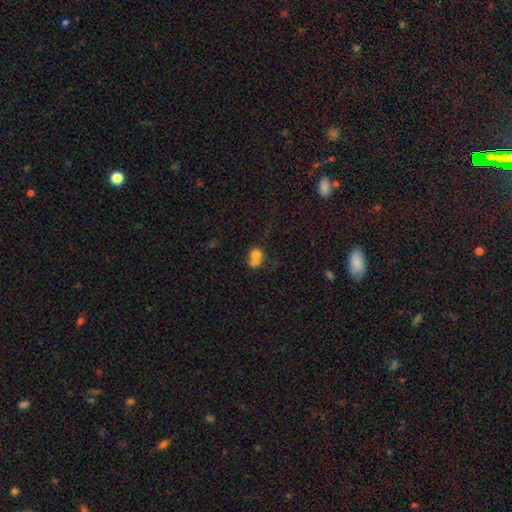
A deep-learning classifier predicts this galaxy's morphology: type=smooth (69%); roundness=round (54%); merging=merger (44%).